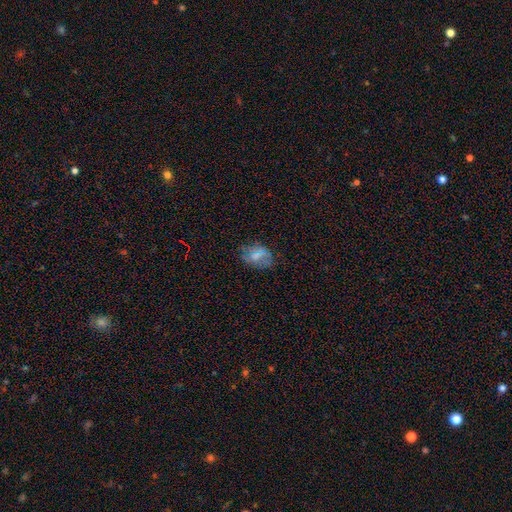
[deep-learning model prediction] Smooth or featured?
  - smooth: 50% *
  - featured or disk: 32%
  - star or artifact: 18%
Merging?
  - none: 70% *
  - minor disturbance: 20%
  - major disturbance: 8%
  - merger: 2%